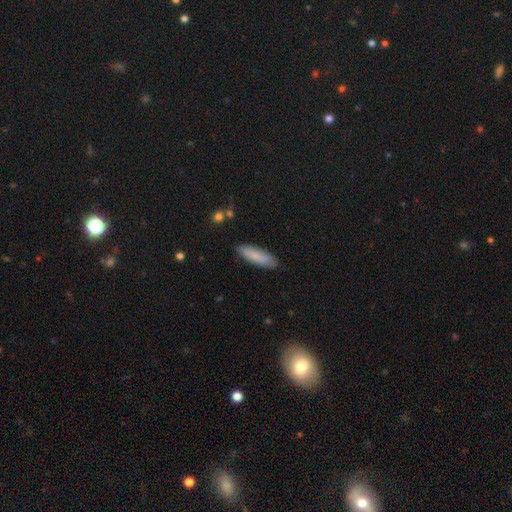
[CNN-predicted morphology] The model was most divided on "how rounded": cigar-shaped: 62%, in between: 37%, round: 1%. More confident: merging — none (88%); smooth or featured — smooth (84%).